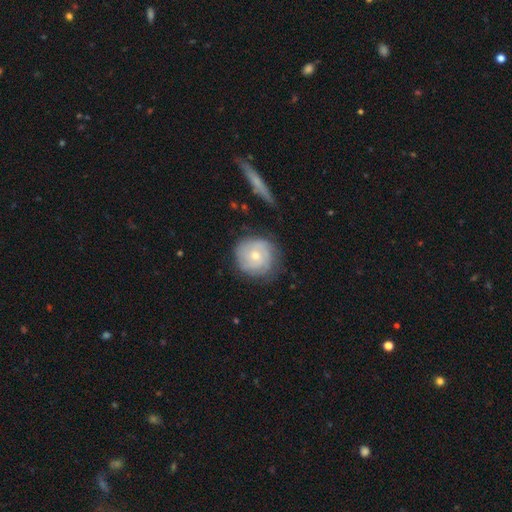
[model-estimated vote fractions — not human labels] featured or disk 61%, smooth 33%, star or artifact 7%. Down the decision tree: edge-on disk — no (97%); bar — no (77%); spiral arms — yes (85%); spiral arm count — can't tell (40%); spiral winding — tight (65%); bulge size — small (51%); merging — none (74%).